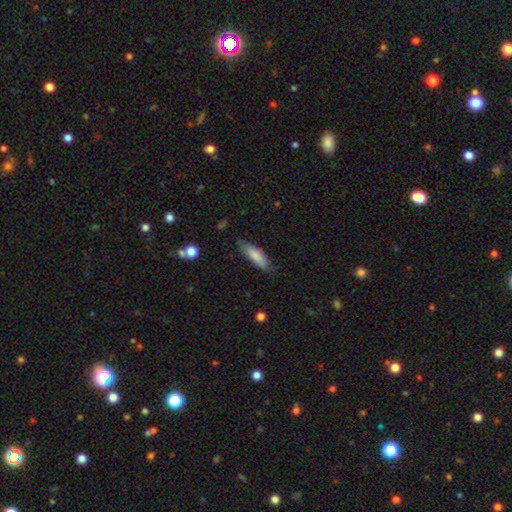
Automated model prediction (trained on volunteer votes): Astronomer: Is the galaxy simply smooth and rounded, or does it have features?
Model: smooth — 81%.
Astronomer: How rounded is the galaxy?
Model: cigar-shaped — 59% (runner-up: in between, 39%).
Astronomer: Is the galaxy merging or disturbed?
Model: none — 79%.